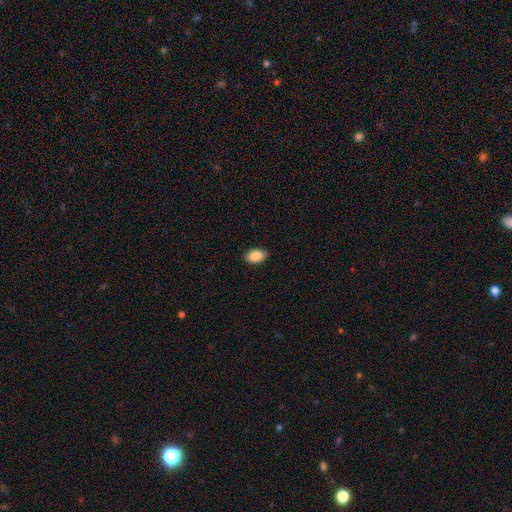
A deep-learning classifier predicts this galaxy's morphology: smooth_or_featured: smooth (p=0.88) [alt: star or artifact p=0.07]
how_rounded: in between (p=0.88) [alt: round p=0.11]
merging: none (p=0.89) [alt: minor disturbance p=0.09]